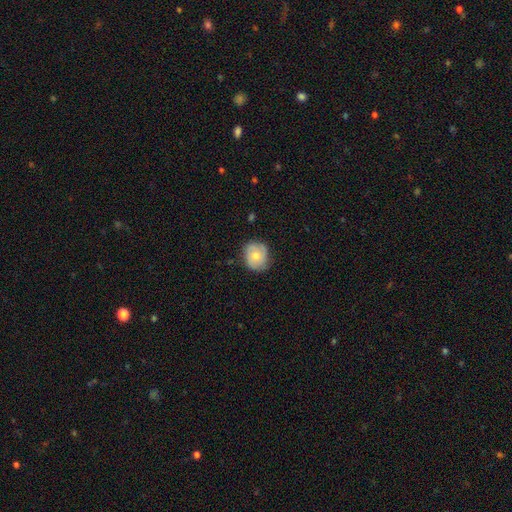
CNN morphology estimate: smooth 57%, featured or disk 36%, star or artifact 7%. Down the decision tree: how rounded — round (76%); merging — none (74%).